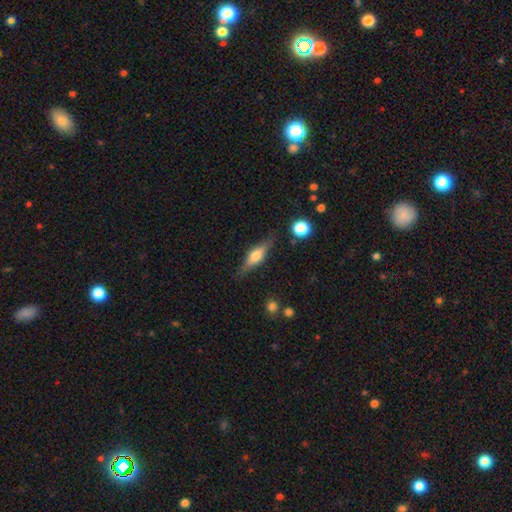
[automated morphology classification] Overall: featured or disk (51%; smooth 41%). Edge-on disk: yes (91%). Merging: none (79%).